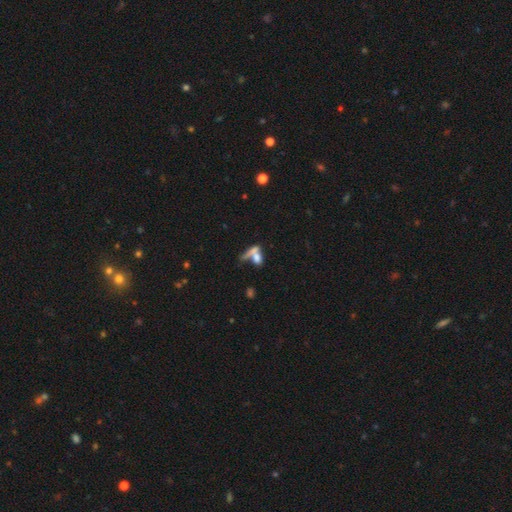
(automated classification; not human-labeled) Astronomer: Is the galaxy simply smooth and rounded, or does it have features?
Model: smooth — 64%.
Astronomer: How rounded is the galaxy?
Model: in between — 56%.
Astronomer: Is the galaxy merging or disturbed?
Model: merger — 53% (runner-up: none, 29%).